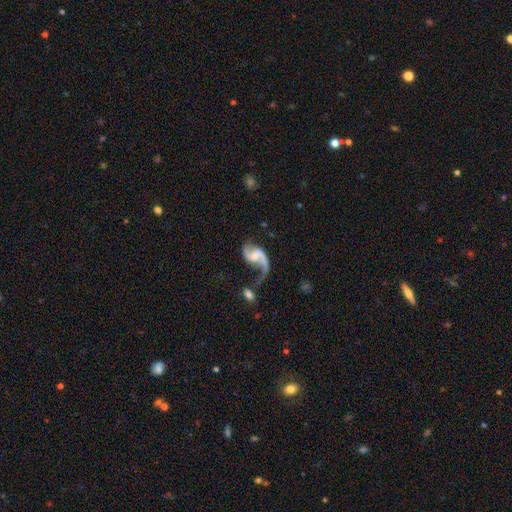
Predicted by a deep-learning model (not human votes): This appears to be a featured or disk galaxy (89%) with a weak bar (44%), 2 (84%) loose (71%) spiral arms (96%) and a small central bulge (45%). Merging: none (47%).